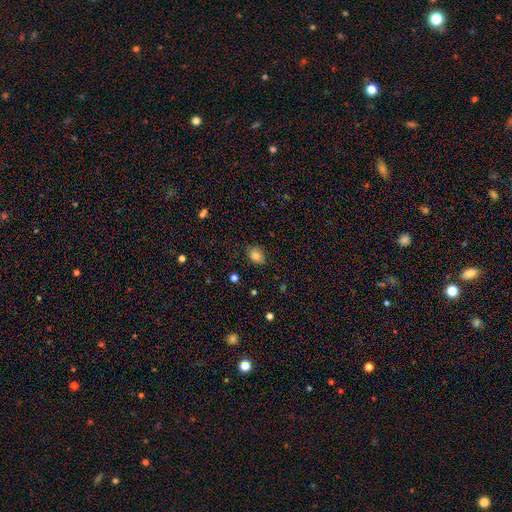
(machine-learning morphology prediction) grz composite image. It shows a smooth galaxy with no disk features (80%) that is in between round and cigar-shaped (64%). Merging: none (80%).